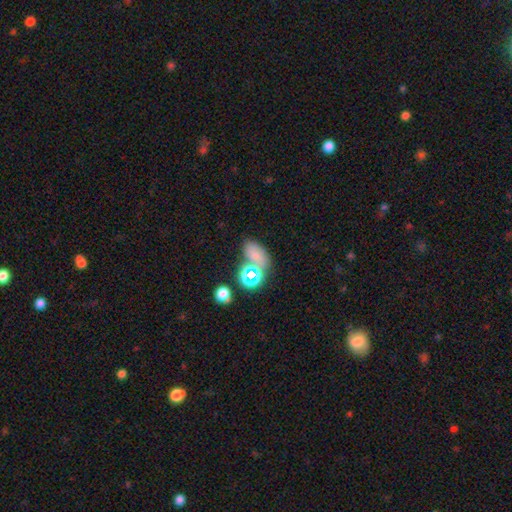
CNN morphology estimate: This appears to be a smooth galaxy with no disk features (63%) that is in between round and cigar-shaped (79%). Merging: none (50%).